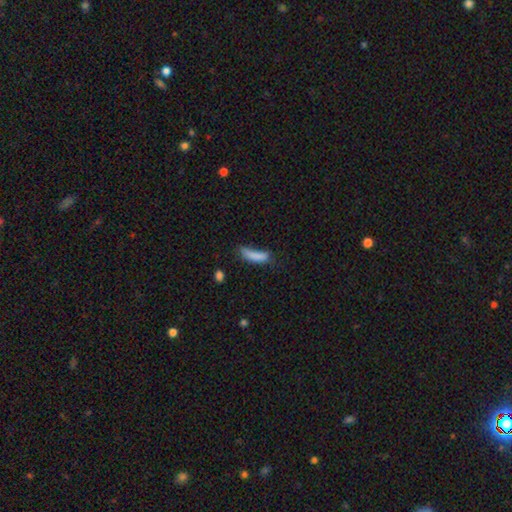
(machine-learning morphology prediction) A smooth galaxy with no disk features (79%) that is cigar-shaped (64%). Merging: none (40%).